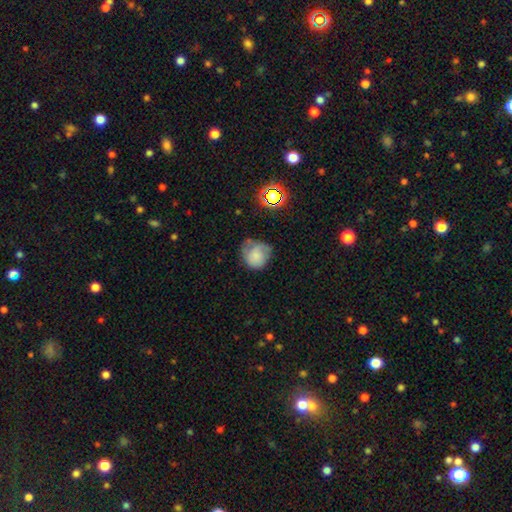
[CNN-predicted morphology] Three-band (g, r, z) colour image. It shows a smooth galaxy with no disk features (67%) that is round (78%). Merging: none (43%).